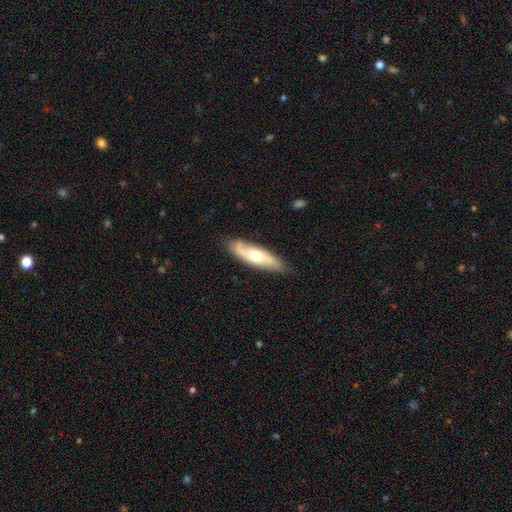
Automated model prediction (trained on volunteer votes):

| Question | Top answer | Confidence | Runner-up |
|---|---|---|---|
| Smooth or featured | featured or disk | 48% | smooth (47%) |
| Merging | none | 80% | minor disturbance (16%) |